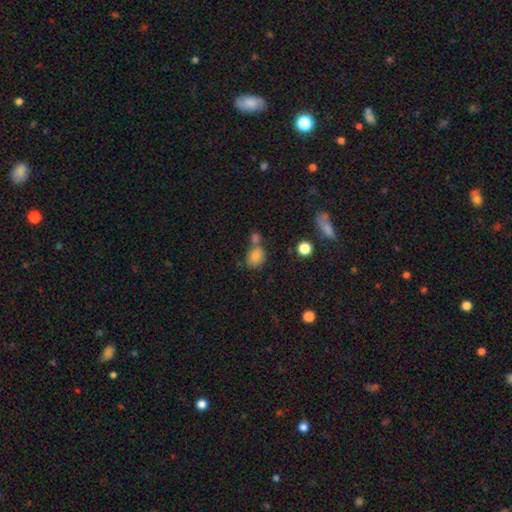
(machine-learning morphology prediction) Smooth or featured?
  - smooth: 80% *
  - star or artifact: 12%
  - featured or disk: 8%
How rounded?
  - in between: 54% *
  - round: 45%
  - cigar-shaped: 1%
Merging?
  - none: 47% *
  - merger: 34%
  - minor disturbance: 13%
  - major disturbance: 5%